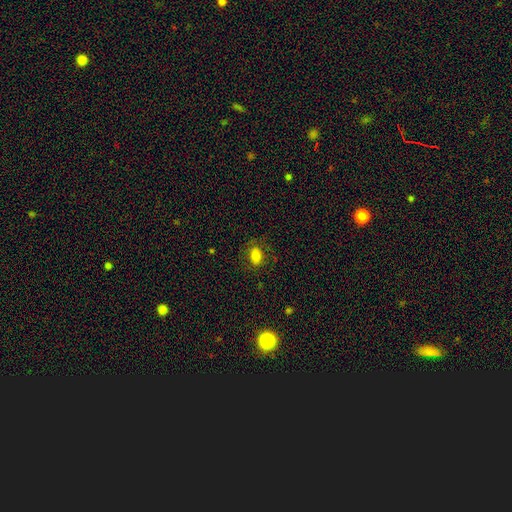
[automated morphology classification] smooth_or_featured: smooth (p=0.78) [alt: featured or disk p=0.11]
how_rounded: in between (p=0.74) [alt: round p=0.25]
merging: none (p=0.76) [alt: minor disturbance p=0.15]